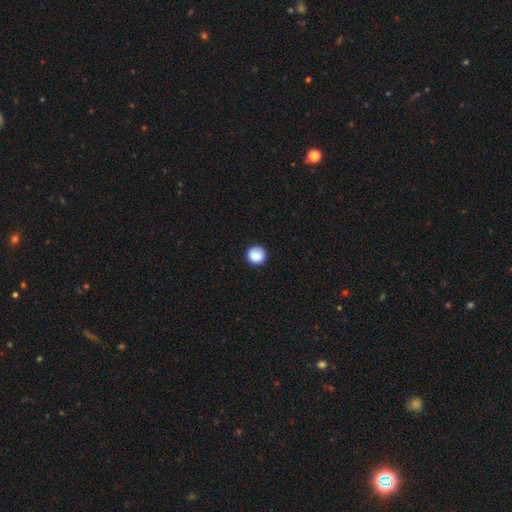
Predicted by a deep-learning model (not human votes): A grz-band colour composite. It shows a smooth galaxy with no disk features (87%) that is round (95%). Merging: none (89%).